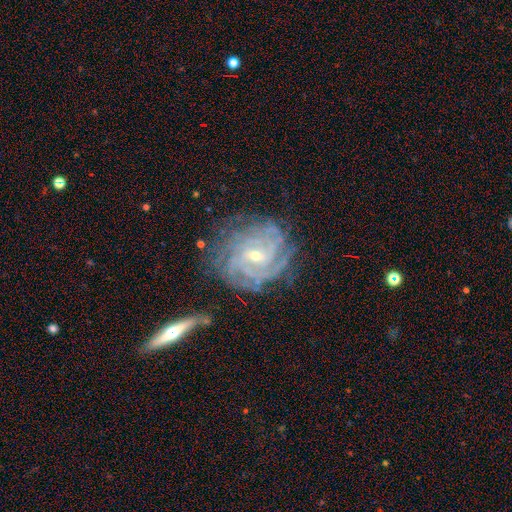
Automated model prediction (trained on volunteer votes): smooth-or-featured: featured or disk: 89% | star or artifact: 6% | smooth: 5%
  disk-edge-on: no: 97% | yes: 3%
    bar: weak: 46% | no: 38% | strong: 16%
    has-spiral-arms: yes: 97% | no: 3%
      spiral-winding: tight: 76% | medium: 20% | loose: 4%
      spiral-arm-count: 4: 27% (tied) | can't tell: 27% (tied) | more than 4: 16% | 3: 14% | 2: 9% | 1: 6%
    bulge-size: small: 68% | moderate: 29% | large: 1% | none: 1% | dominant: 1%
  merging: none: 74% | minor disturbance: 17% | major disturbance: 7% | merger: 2%